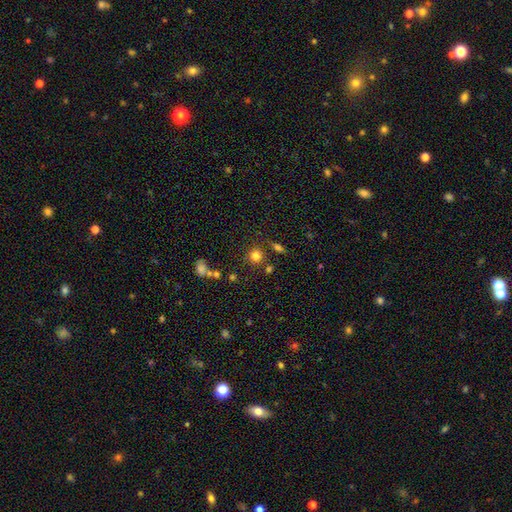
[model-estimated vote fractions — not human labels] Morphology: type=smooth (79%); roundness=round (91%); merging=none (77%).